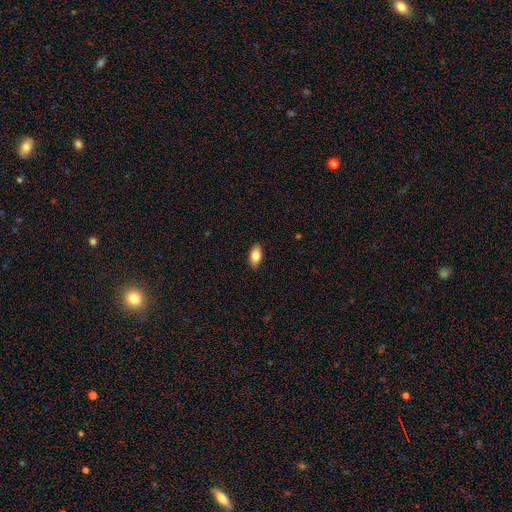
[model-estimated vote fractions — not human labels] The model was most divided on "smooth or featured": smooth: 83%, featured or disk: 10%, star or artifact: 7%. More confident: how rounded — in between (89%); merging — none (88%).